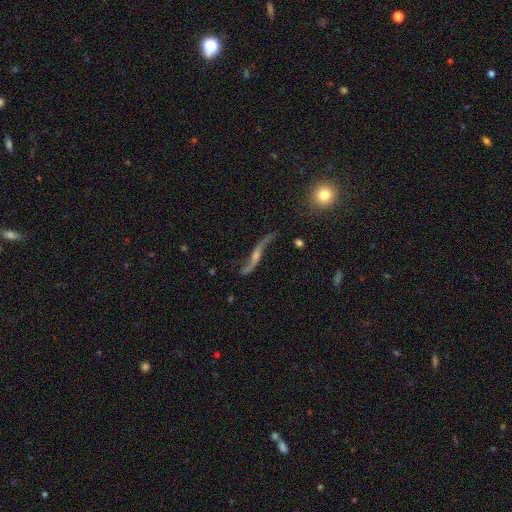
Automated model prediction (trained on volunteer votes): This is clearly a featured or disk galaxy (86%). It is likely not viewed edge-on (67%). Bar: possibly no (51%). Spiral arm pattern: clearly yes (95%). Spiral arm count: clearly 2 (93%). Spiral winding: clearly loose (93%). Central bulge: possibly small (49%). Merging: likely none (69%).